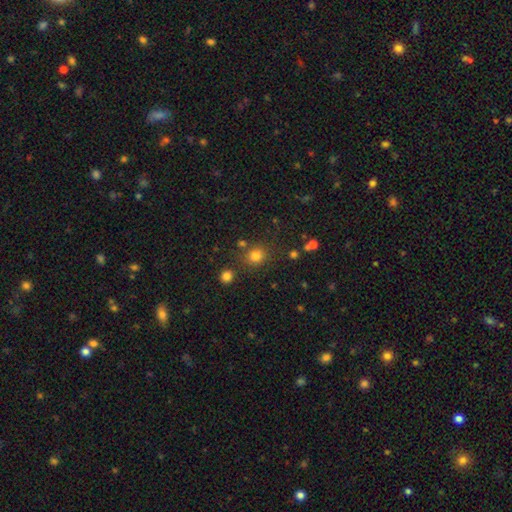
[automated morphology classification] This appears to be a smooth galaxy with no disk features (78%) that is round (82%). Merging: none (77%).